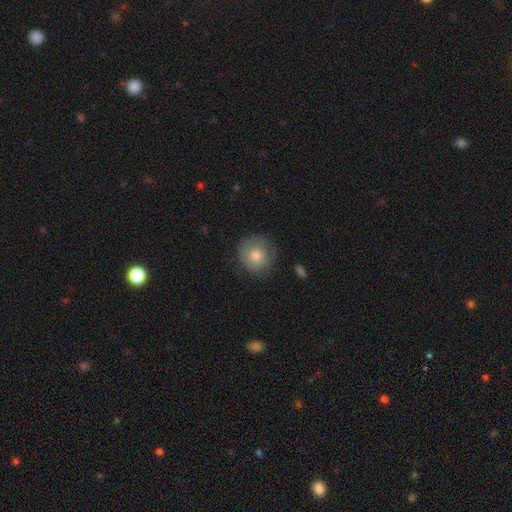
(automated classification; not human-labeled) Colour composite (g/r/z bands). It shows a smooth galaxy with no disk features (75%) that is round (91%). Merging: none (79%).